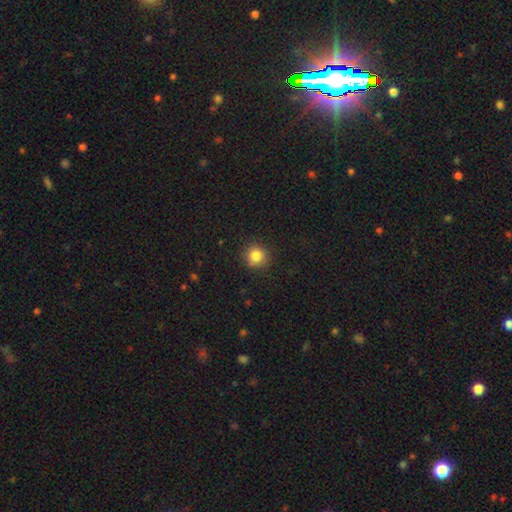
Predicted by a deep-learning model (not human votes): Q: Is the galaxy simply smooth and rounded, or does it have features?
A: smooth — 84%.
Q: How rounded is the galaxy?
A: round — 92%.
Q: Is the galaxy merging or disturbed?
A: none — 86%.